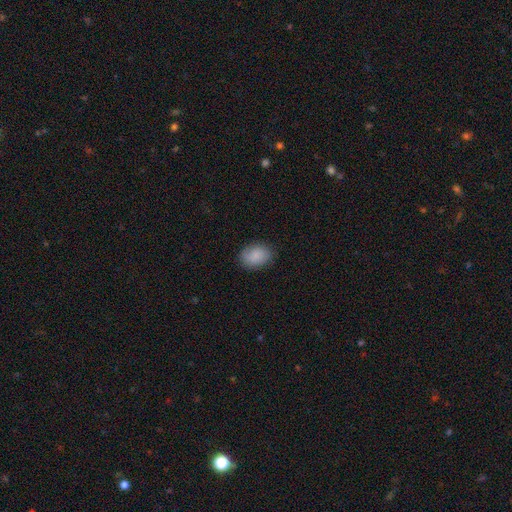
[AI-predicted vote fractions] smooth-or-featured: smooth: 86% | star or artifact: 7% | featured or disk: 7%
  how-rounded: in between: 71% | round: 28% | cigar-shaped: 1%
  merging: none: 82% | minor disturbance: 14% | major disturbance: 4% | merger: 1%